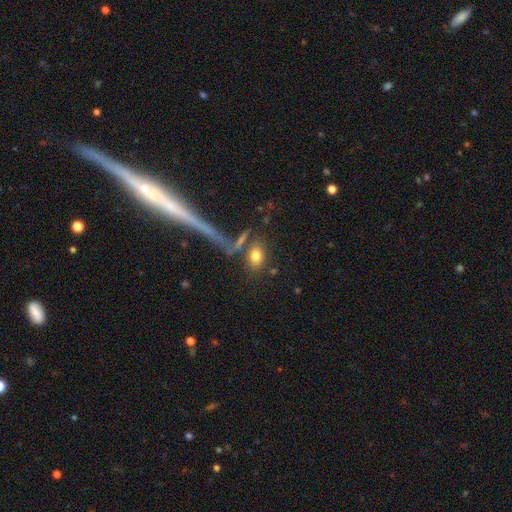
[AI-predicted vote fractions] Q: Smooth or featured?
A: smooth (76%); runner-up: featured or disk (14%)
Q: How rounded?
A: in between (71%); runner-up: round (19%)
Q: Merging?
A: none (65%); runner-up: merger (16%)